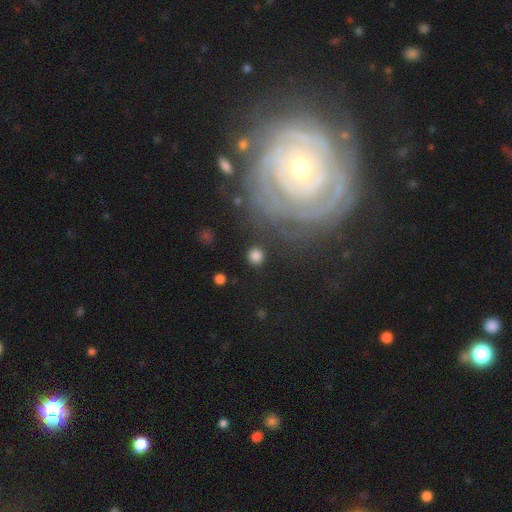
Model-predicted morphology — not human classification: Smooth or featured? Predicted: smooth (p=0.81). How rounded? Predicted: round (p=0.93). Merging? Predicted: none (p=0.89).